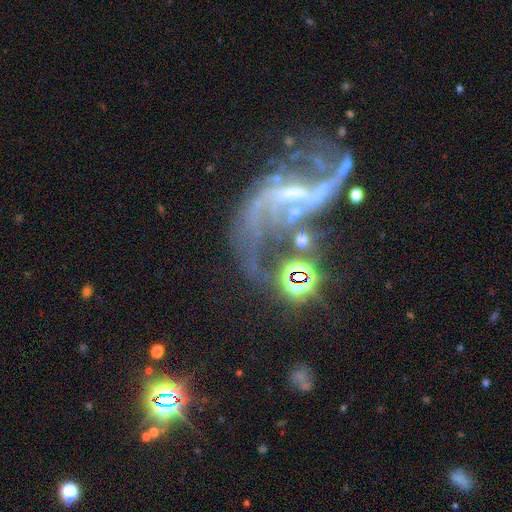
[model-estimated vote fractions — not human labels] The model was most divided on "merging": none: 39%, major disturbance: 28%, minor disturbance: 17%, merger: 17%. Remaining: edge-on disk — no (97%); spiral arms — yes (93%); spiral arm count — 2 (86%); smooth or featured — featured or disk (85%); spiral winding — loose (78%); bulge size — small (53%); bar — weak (45%).